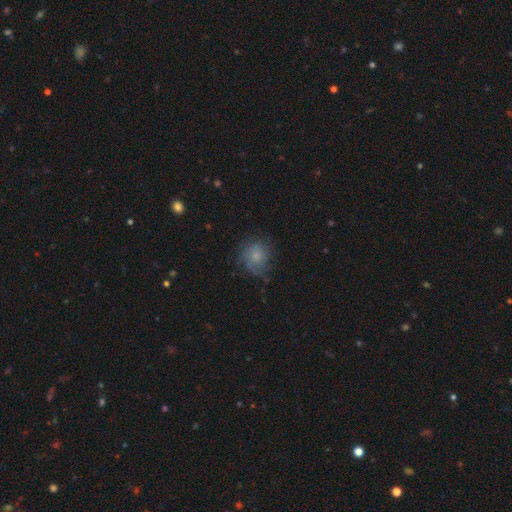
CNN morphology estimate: type=smooth (64%); roundness=round (77%); merging=none (60%).